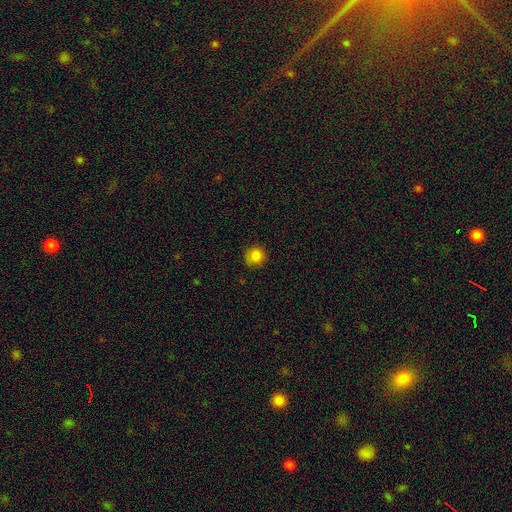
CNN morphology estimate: Smooth or featured? Predicted: smooth (p=0.83). How rounded? Predicted: round (p=0.92). Merging? Predicted: none (p=0.86).